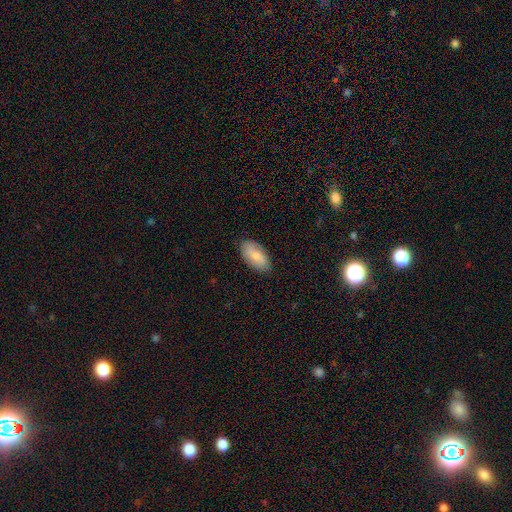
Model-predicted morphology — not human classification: Smooth or featured: smooth — 81% (featured or disk — 14%)
How rounded: in between — 94% (cigar-shaped — 4%)
Merging: none — 84% (minor disturbance — 12%)